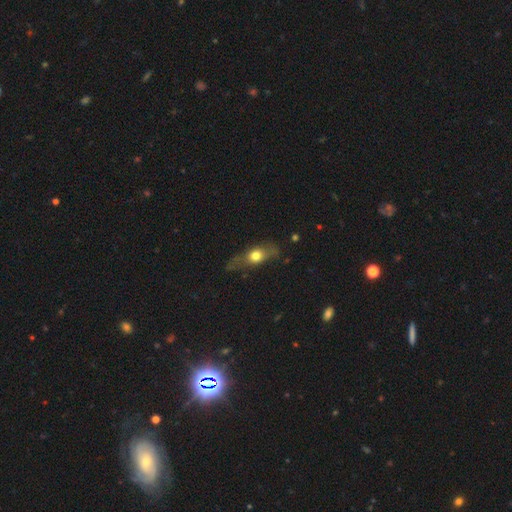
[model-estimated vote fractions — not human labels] Overall: smooth (54%; featured or disk 36%). How rounded: in between (48%; cigar-shaped 29%). Merging: none (56%; minor disturbance 25%).